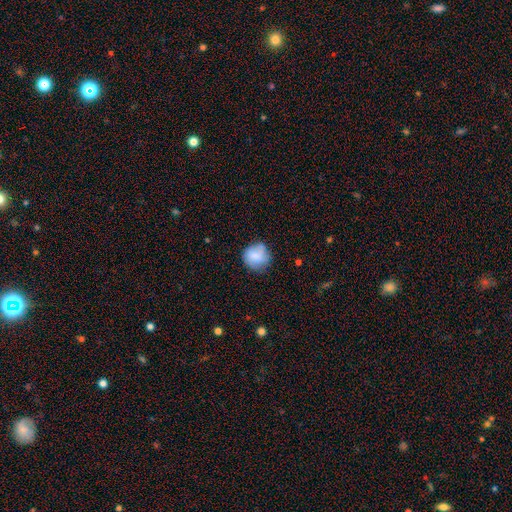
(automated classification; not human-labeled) A smooth galaxy with no disk features (80%) that is round (89%). Merging: none (70%).